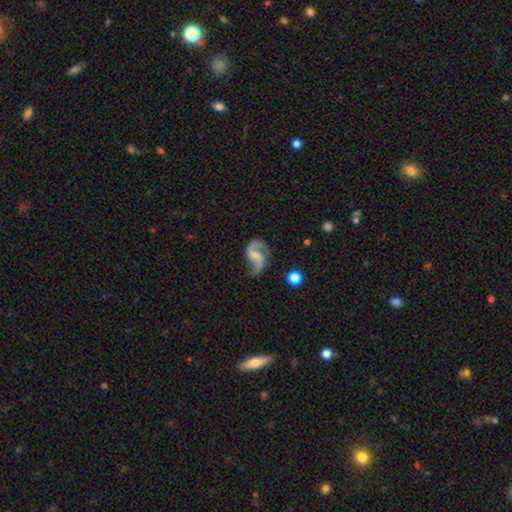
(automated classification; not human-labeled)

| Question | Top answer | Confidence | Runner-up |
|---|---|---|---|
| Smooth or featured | featured or disk | 89% | smooth (7%) |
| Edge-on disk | no | 98% | yes (2%) |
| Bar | weak | 48% | no (36%) |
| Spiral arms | yes | 96% | no (4%) |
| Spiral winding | loose | 65% | medium (30%) |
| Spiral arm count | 2 | 92% | 1 (4%) |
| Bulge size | small | 51% | moderate (28%) |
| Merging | none | 67% | minor disturbance (19%) |